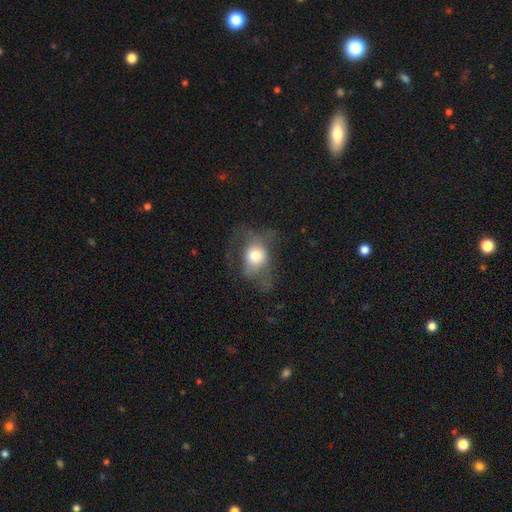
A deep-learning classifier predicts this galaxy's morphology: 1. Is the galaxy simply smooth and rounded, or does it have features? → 59% smooth, 31% featured or disk, 10% star or artifact.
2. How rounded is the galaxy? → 50% round, 48% in between, 2% cigar-shaped.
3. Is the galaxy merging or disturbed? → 41% major disturbance, 36% none, 21% minor disturbance, 2% merger.